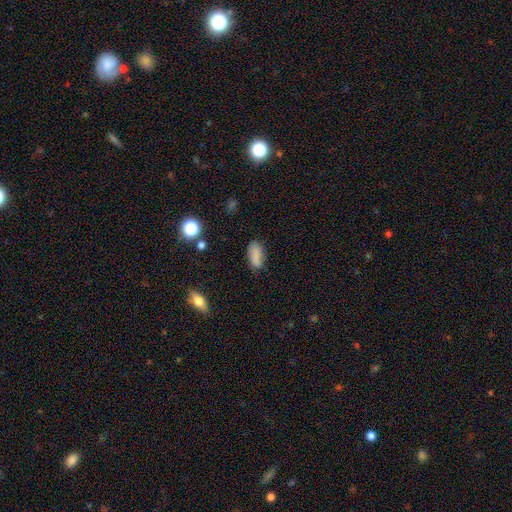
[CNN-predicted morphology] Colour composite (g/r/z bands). It shows a smooth galaxy with no disk features (82%) that is in between round and cigar-shaped (86%). Merging: none (72%).